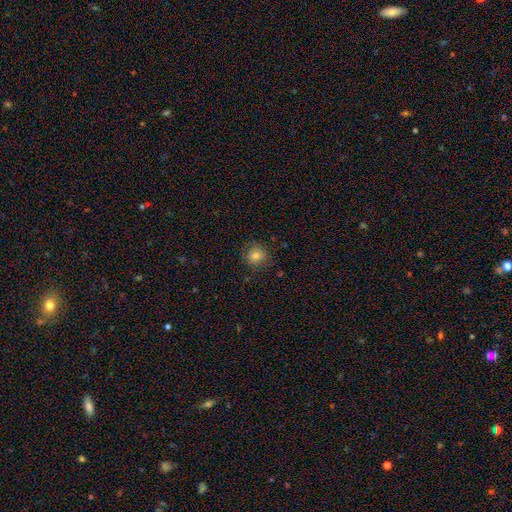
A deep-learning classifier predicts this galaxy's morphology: A smooth galaxy with no disk features (76%) that is round (84%). Merging: none (82%).